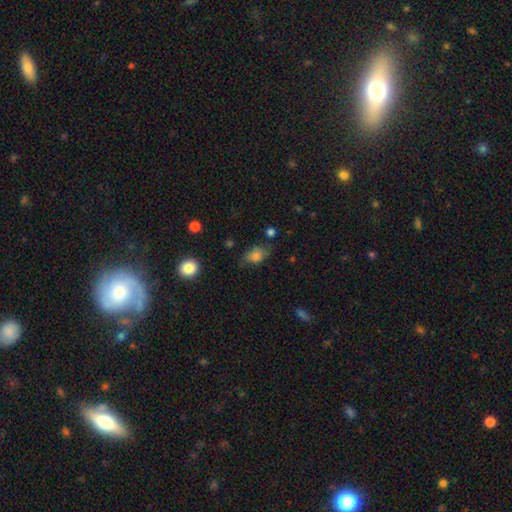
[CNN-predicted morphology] A smooth galaxy with no disk features (79%) that is in between round and cigar-shaped (77%). Merging: none (63%).